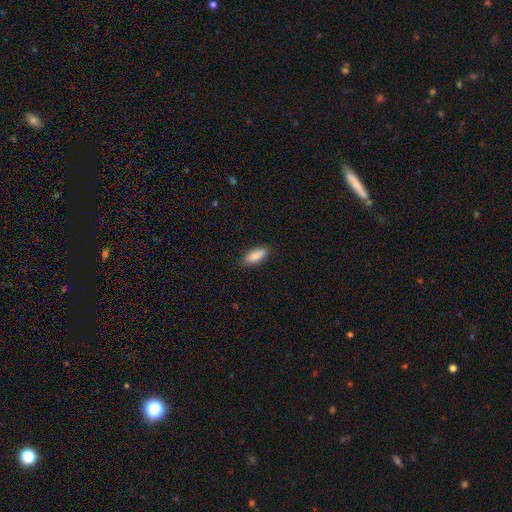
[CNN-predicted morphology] smooth-or-featured: smooth: 86% | featured or disk: 7% | star or artifact: 6%
  how-rounded: in between: 64% | cigar-shaped: 34% | round: 2%
  merging: none: 84% | minor disturbance: 12% | major disturbance: 2% | merger: 1%